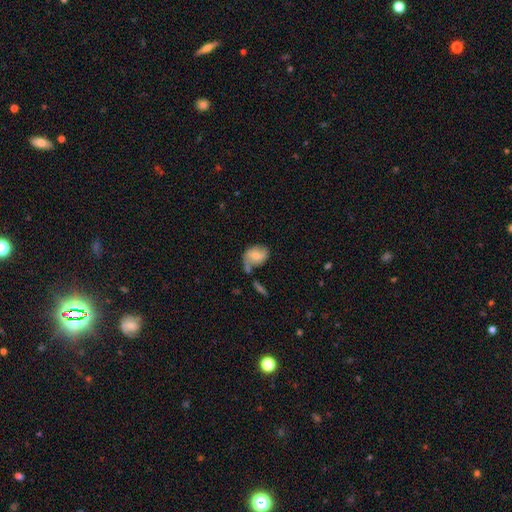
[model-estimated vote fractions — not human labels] The model was most divided on "merging": none: 45%, minor disturbance: 26%, merger: 17%, major disturbance: 12%. More confident: how rounded — in between (74%); smooth or featured — smooth (61%).